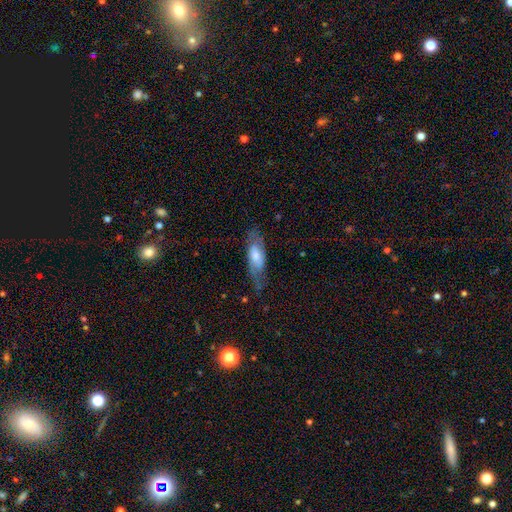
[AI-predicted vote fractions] Overall: featured or disk (49%; smooth 44%). Merging: none (64%; minor disturbance 24%).